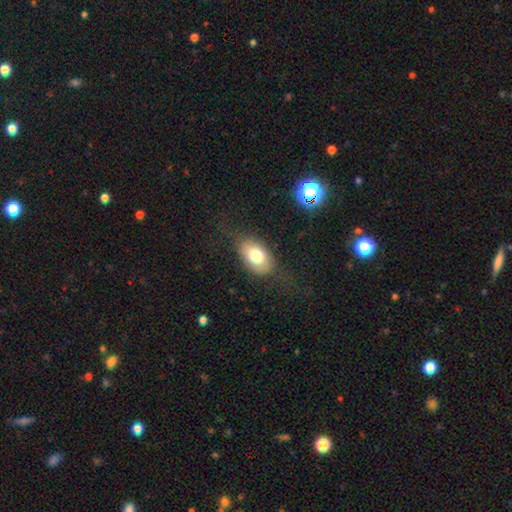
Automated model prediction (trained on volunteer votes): Smooth or featured?
  - smooth: 73% *
  - featured or disk: 19%
  - star or artifact: 8%
How rounded?
  - in between: 87% *
  - round: 11%
  - cigar-shaped: 2%
Merging?
  - none: 71% *
  - minor disturbance: 18%
  - major disturbance: 10%
  - merger: 1%